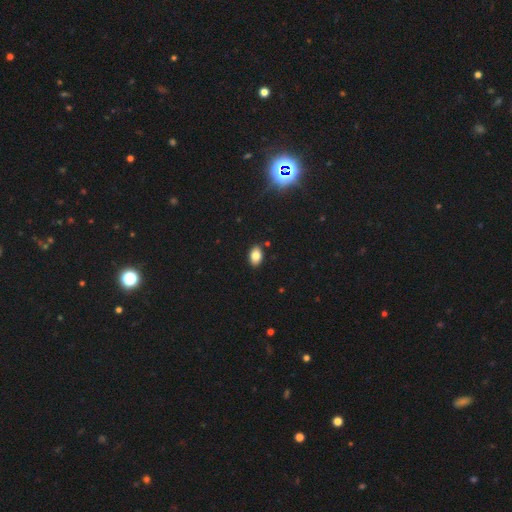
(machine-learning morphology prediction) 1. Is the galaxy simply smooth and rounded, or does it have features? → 82% smooth, 9% star or artifact, 9% featured or disk.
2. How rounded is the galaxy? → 89% in between, 10% round, 1% cigar-shaped.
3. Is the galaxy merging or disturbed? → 88% none, 9% minor disturbance, 2% major disturbance, 2% merger.